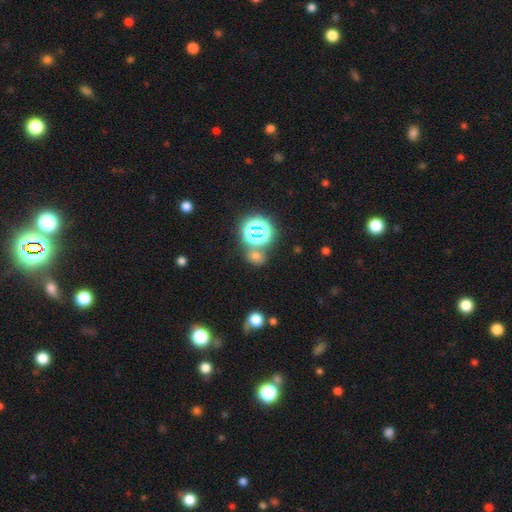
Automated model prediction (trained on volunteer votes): Smooth or featured?
  - smooth: 53% *
  - star or artifact: 40%
  - featured or disk: 8%
How rounded?
  - round: 61% *
  - in between: 37%
  - cigar-shaped: 1%
Merging?
  - none: 68% *
  - merger: 16%
  - minor disturbance: 11%
  - major disturbance: 5%